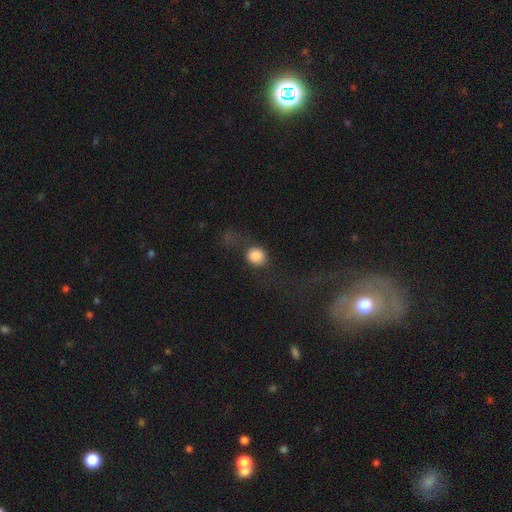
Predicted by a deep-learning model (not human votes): smooth_or_featured: smooth (p=0.82) [alt: star or artifact p=0.10]
how_rounded: round (p=0.76) [alt: in between p=0.22]
merging: none (p=0.58) [alt: major disturbance p=0.22]